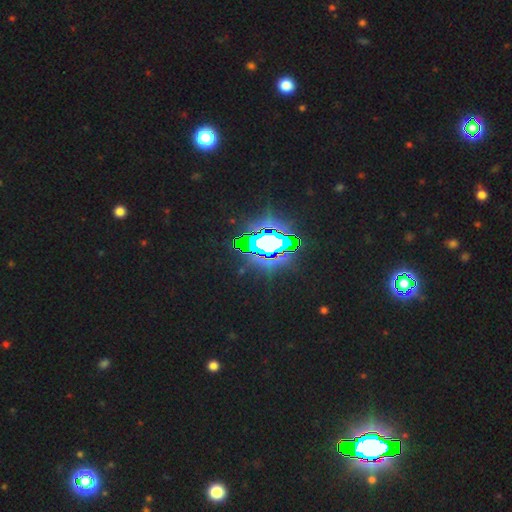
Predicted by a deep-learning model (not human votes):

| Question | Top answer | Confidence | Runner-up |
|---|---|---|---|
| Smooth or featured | star or artifact | 84% | smooth (8%) |